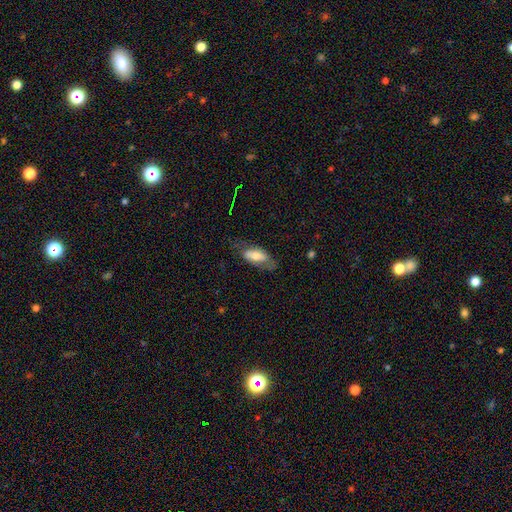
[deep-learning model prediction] smooth-or-featured: smooth: 56% | featured or disk: 37% | star or artifact: 7%
  how-rounded: in between: 82% | cigar-shaped: 15% | round: 3%
  merging: none: 60% | minor disturbance: 24% | major disturbance: 15% | merger: 2%